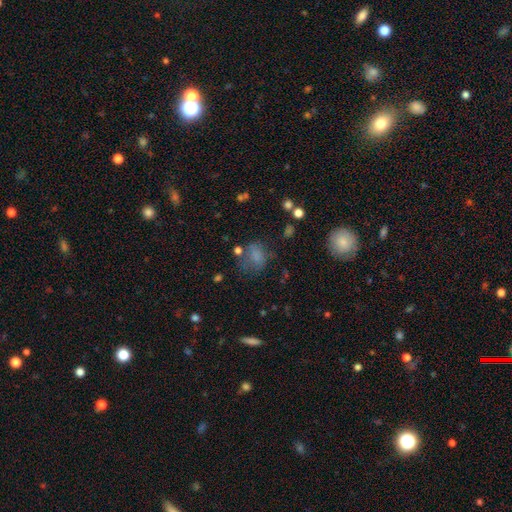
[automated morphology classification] smooth-or-featured: smooth: 68% | star or artifact: 17% | featured or disk: 15%
  how-rounded: in between: 53% | round: 46% | cigar-shaped: 1%
  merging: none: 47% | minor disturbance: 24% | major disturbance: 22% | merger: 7%